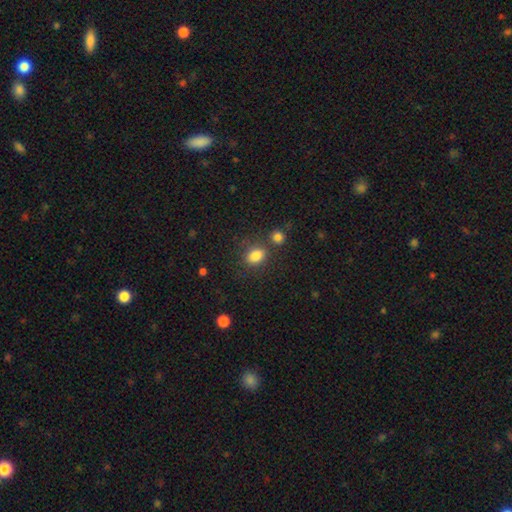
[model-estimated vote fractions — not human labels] Morphology: type=smooth (84%); roundness=in between (68%); merging=none (69%).